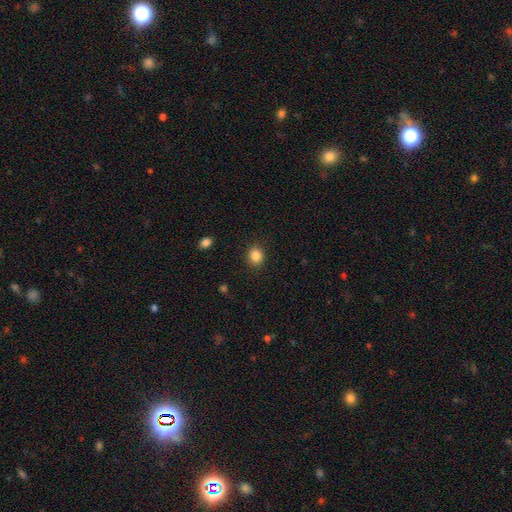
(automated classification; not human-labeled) smooth_or_featured: smooth (p=0.86) [alt: star or artifact p=0.10]
how_rounded: round (p=0.67) [alt: in between p=0.32]
merging: none (p=0.89) [alt: minor disturbance p=0.08]